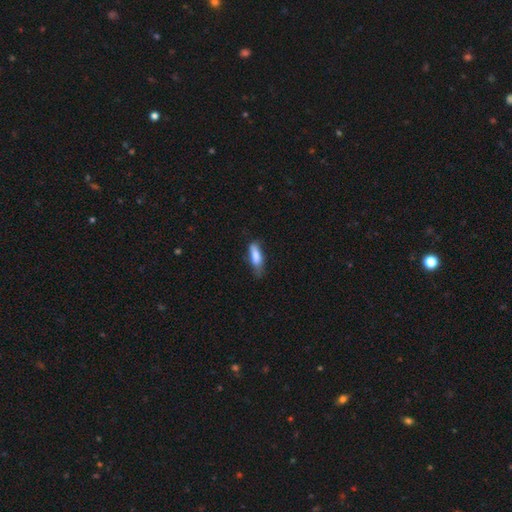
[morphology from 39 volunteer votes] Q: Smooth or featured?
A: smooth (77%); runner-up: featured or disk (15%)
Q: How rounded?
A: cigar-shaped (83%); runner-up: in between (17%)
Q: Merging?
A: none (53%); runner-up: minor disturbance (33%)